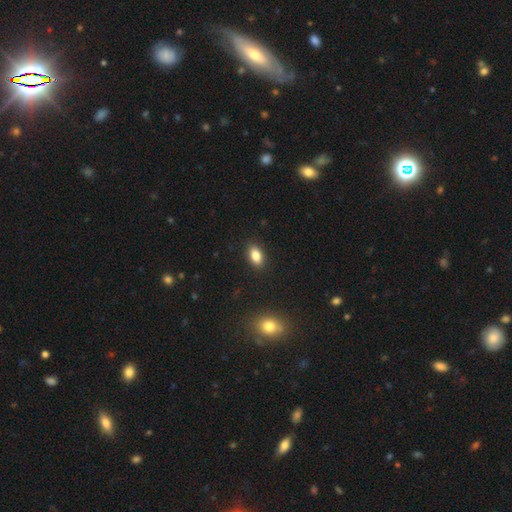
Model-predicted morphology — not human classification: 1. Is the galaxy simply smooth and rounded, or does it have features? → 84% smooth, 9% star or artifact, 7% featured or disk.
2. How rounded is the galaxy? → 89% in between, 8% round, 3% cigar-shaped.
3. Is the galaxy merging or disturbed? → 89% none, 8% minor disturbance, 2% major disturbance, 1% merger.